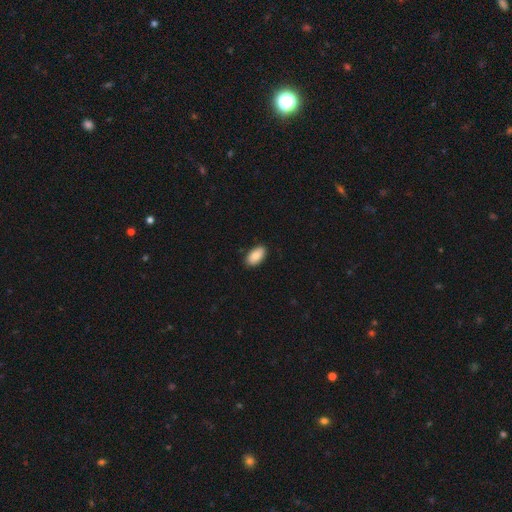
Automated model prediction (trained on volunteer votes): Overall: smooth (86%). How rounded: in between (94%). Merging: none (88%).